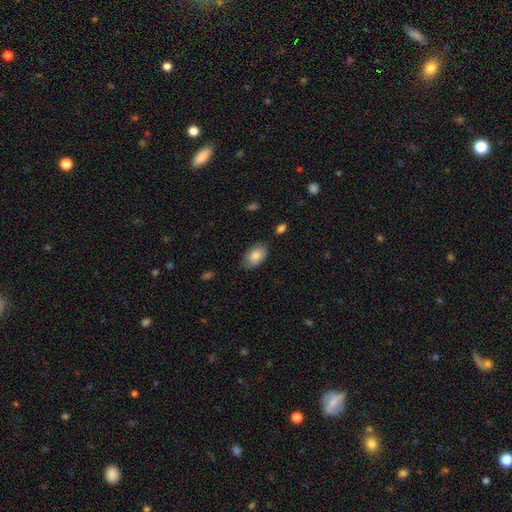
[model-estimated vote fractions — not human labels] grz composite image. It shows a smooth galaxy with no disk features (86%) that is in between round and cigar-shaped (91%). Merging: none (78%).